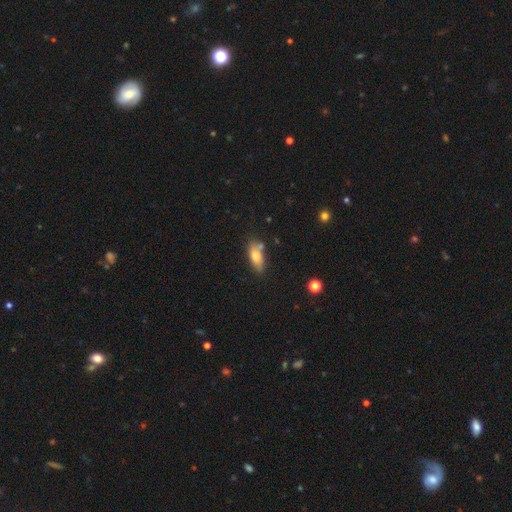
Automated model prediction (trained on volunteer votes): smooth 74%, featured or disk 18%, star or artifact 8%. Down the decision tree: how rounded — in between (79%); merging — none (62%).